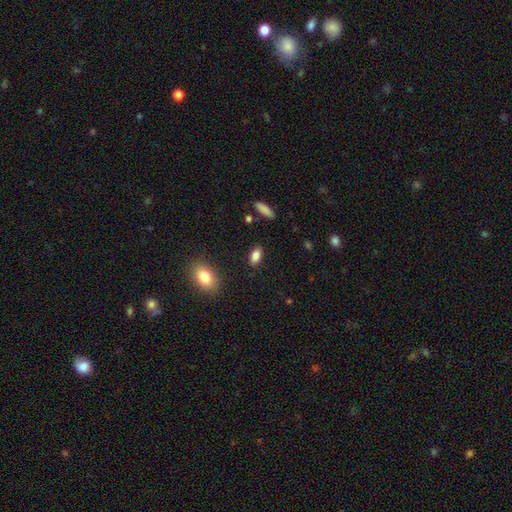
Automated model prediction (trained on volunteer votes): smooth 84%, star or artifact 8%, featured or disk 7%. Down the decision tree: how rounded — in between (89%); merging — none (87%).